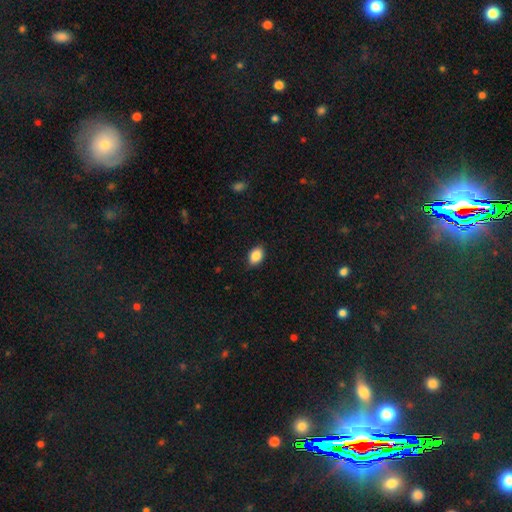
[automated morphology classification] This appears to be a smooth galaxy with no disk features (87%) that is in between round and cigar-shaped (84%). Merging: none (86%).